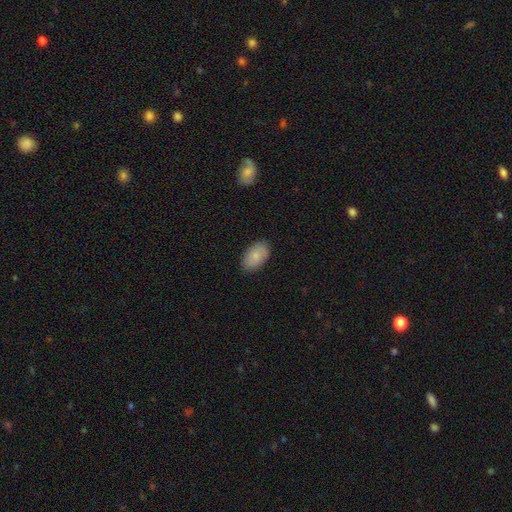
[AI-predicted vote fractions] smooth 83%, featured or disk 11%, star or artifact 6%. Down the decision tree: how rounded — in between (93%); merging — none (86%).